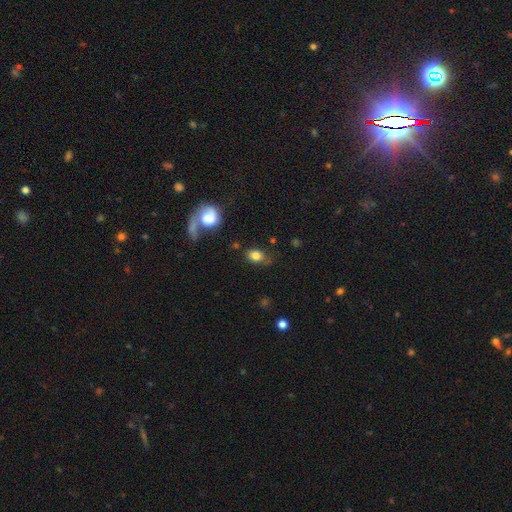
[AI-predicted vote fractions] Smooth or featured? smooth (81%)
How rounded? in between (75%)
Merging? none (61%)